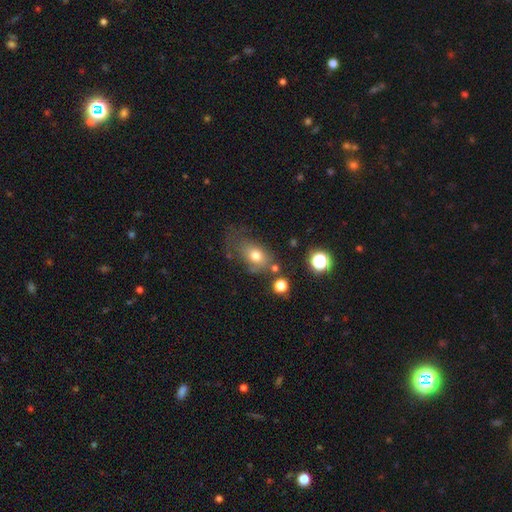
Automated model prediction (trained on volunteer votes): A smooth galaxy with no disk features (72%) that is in between round and cigar-shaped (75%). Merging: none (46%).